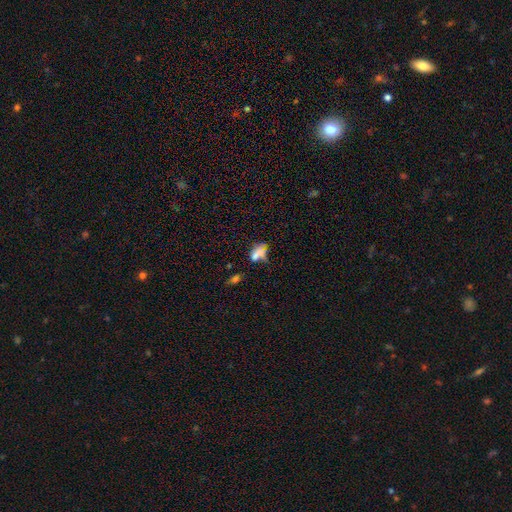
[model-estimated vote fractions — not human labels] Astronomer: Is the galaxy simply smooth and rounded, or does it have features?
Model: smooth — 65%.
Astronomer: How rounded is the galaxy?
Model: in between — 77%.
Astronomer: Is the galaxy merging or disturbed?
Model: none — 35% (runner-up: merger, 27%).